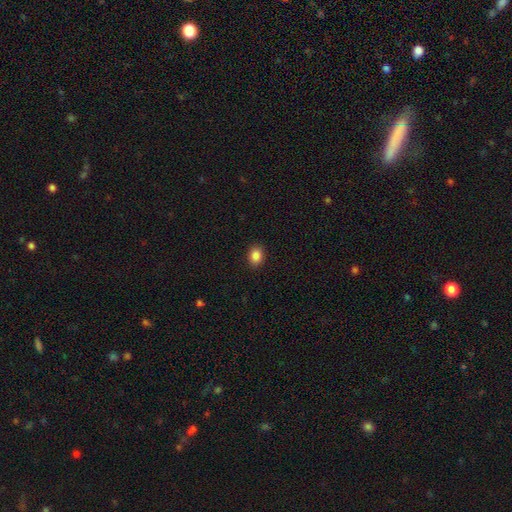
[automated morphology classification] A smooth galaxy with no disk features (87%) that is in between round and cigar-shaped (59%). Merging: none (90%).